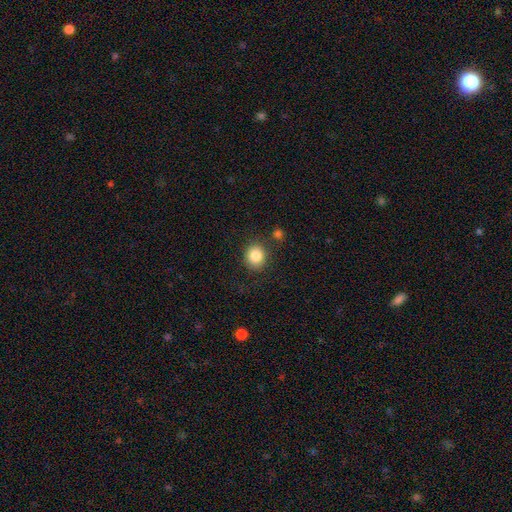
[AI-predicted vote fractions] smooth 84%, star or artifact 10%, featured or disk 6%. Down the decision tree: how rounded — round (80%); merging — none (83%).